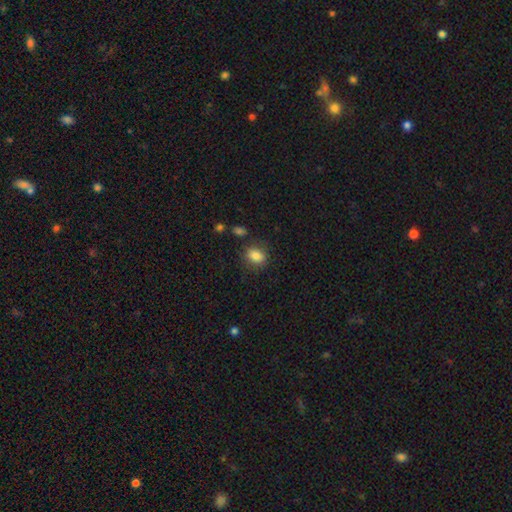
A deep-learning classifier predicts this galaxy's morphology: This appears to be a smooth galaxy with no disk features (84%) that is in between round and cigar-shaped (57%). Merging: none (77%).